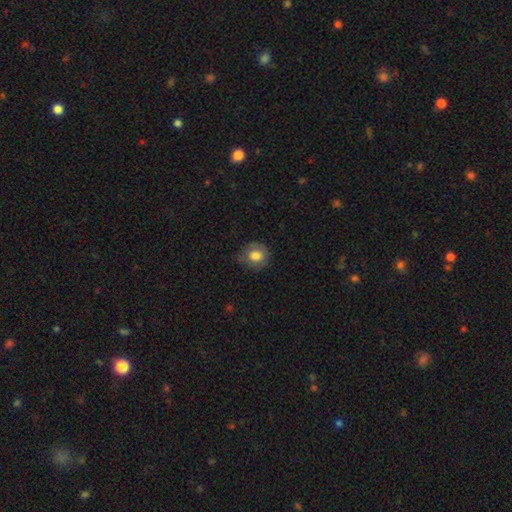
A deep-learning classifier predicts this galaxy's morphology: A smooth galaxy with no disk features (76%) that is round (78%). Merging: none (66%).